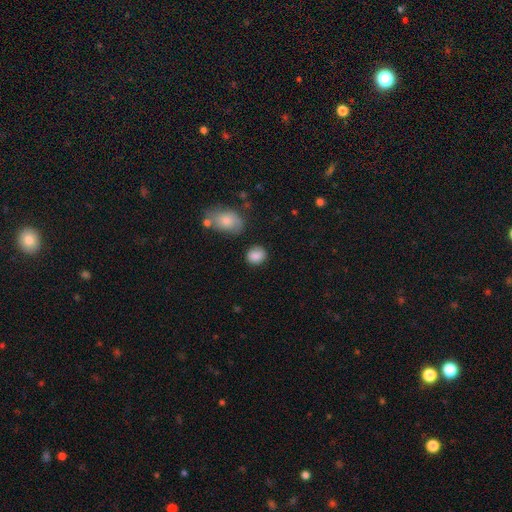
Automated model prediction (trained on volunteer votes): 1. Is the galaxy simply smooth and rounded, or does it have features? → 85% smooth, 9% star or artifact, 6% featured or disk.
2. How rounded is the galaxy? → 62% round, 37% in between, 1% cigar-shaped.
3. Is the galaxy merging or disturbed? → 78% none, 15% minor disturbance, 4% major disturbance, 4% merger.